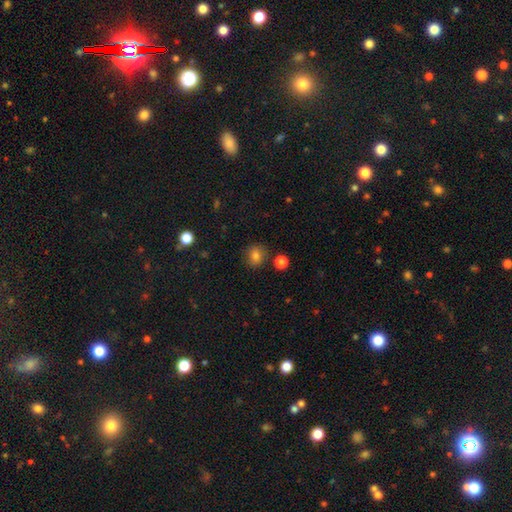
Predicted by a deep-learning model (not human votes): Smooth or featured? smooth (81%)
How rounded? round (71%)
Merging? none (82%)